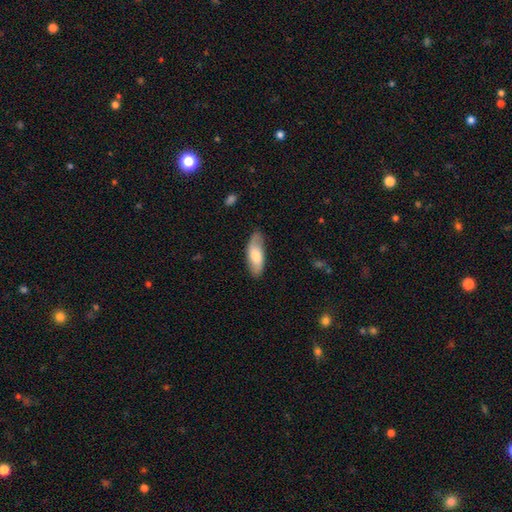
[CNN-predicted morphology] Smooth or featured? Predicted: smooth (p=0.70). How rounded? Predicted: in between (p=0.69). Merging? Predicted: none (p=0.78).